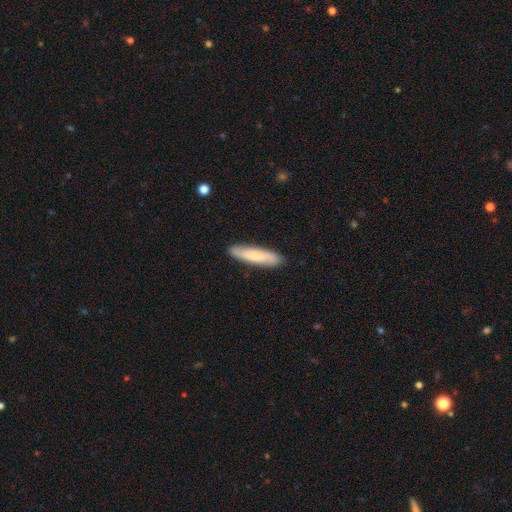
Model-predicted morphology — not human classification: smooth_or_featured: smooth (p=0.69) [alt: featured or disk p=0.26]
how_rounded: cigar-shaped (p=0.79) [alt: in between p=0.19]
merging: none (p=0.88) [alt: minor disturbance p=0.09]